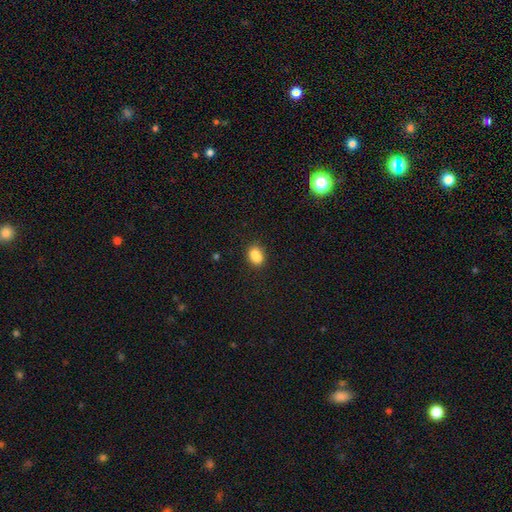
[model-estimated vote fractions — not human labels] Morphology: type=smooth (76%); roundness=in between (51%); merging=none (42%).